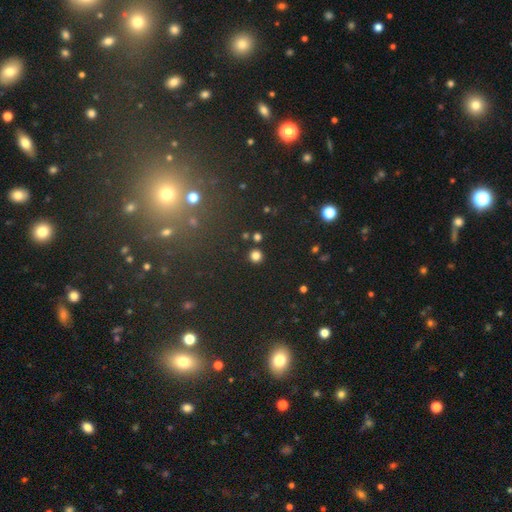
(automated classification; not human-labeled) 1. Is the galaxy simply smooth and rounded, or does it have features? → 80% smooth, 16% star or artifact, 4% featured or disk.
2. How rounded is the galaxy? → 93% round, 6% in between, 1% cigar-shaped.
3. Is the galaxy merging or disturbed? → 90% none, 5% minor disturbance, 3% merger, 2% major disturbance.